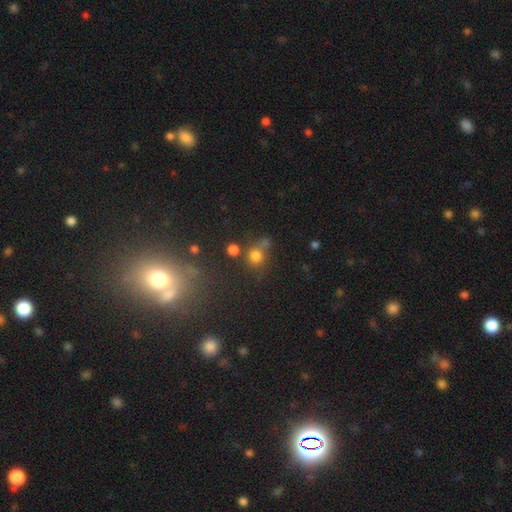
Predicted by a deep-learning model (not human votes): Smooth or featured?
  - smooth: 73% *
  - star or artifact: 19%
  - featured or disk: 8%
How rounded?
  - round: 85% *
  - in between: 13%
  - cigar-shaped: 1%
Merging?
  - none: 58% *
  - merger: 23%
  - minor disturbance: 12%
  - major disturbance: 7%